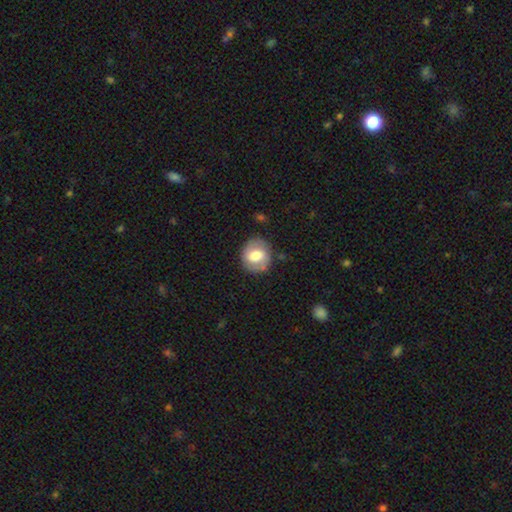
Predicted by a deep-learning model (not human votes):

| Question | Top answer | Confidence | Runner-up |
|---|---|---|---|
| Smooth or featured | smooth | 62% | featured or disk (32%) |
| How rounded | round | 76% | in between (23%) |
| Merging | none | 80% | minor disturbance (14%) |